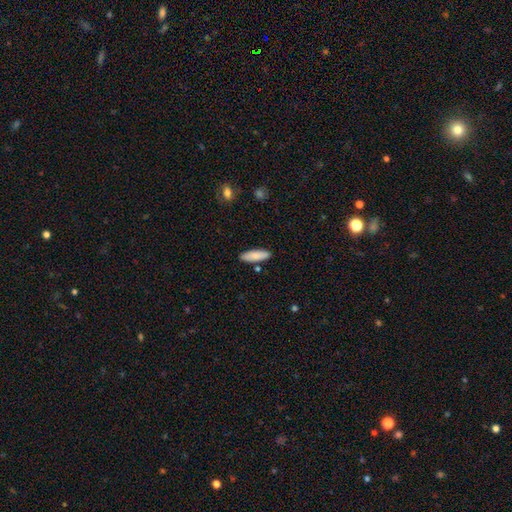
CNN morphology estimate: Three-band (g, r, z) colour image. It shows a smooth galaxy with no disk features (85%) that is in between round and cigar-shaped (54%). Merging: none (86%).